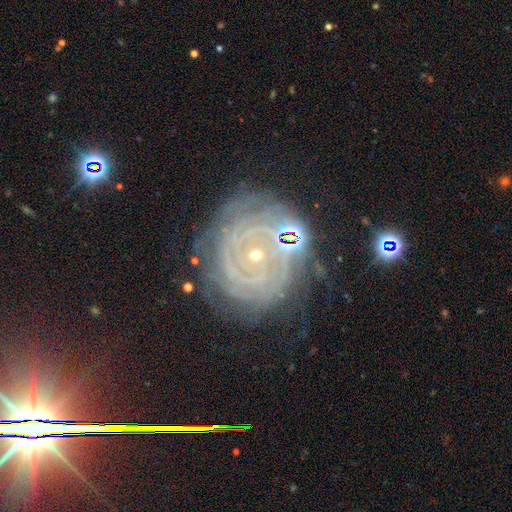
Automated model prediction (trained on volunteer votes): The model was most divided on "spiral arm count": can't tell: 28%, 2: 20%, 3: 17%, 4: 15%, more than 4: 12%, 1: 7%. More confident: edge-on disk — no (97%); spiral arms — yes (96%); spiral winding — tight (85%); smooth or featured — featured or disk (84%); bulge size — small (83%); bar — no (74%); merging — none (71%).